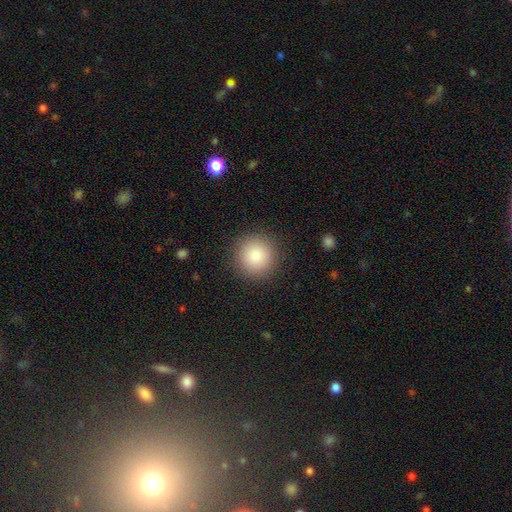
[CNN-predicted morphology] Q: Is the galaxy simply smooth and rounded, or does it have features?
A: smooth — 86%.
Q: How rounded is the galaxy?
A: round — 95%.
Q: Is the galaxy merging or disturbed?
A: none — 91%.